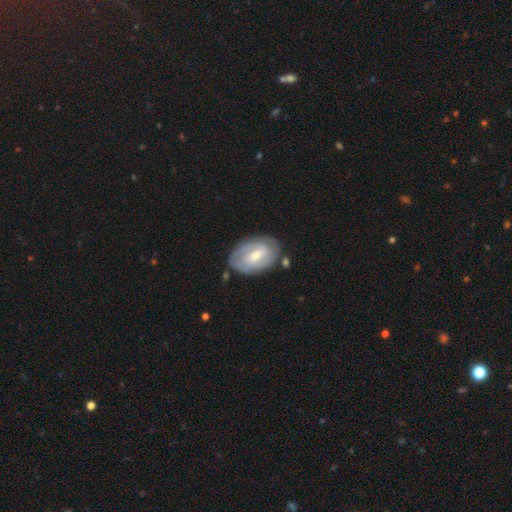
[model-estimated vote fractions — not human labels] Smooth or featured? featured or disk (69%)
Edge-on disk? no (96%)
Bar? weak (55%)
Spiral arms? yes (82%)
Spiral winding? tight (58%)
Spiral arm count? 2 (52%)
Bulge size? moderate (58%)
Merging? none (73%)